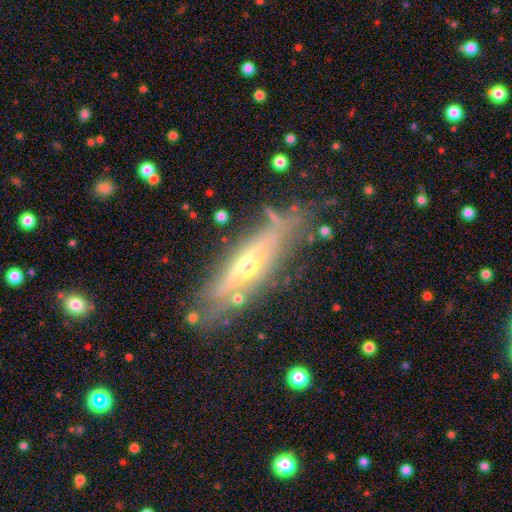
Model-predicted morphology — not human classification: This is likely a featured or disk galaxy (75%). It is clearly viewed edge-on (83%). Edge-on bulge: clearly rounded (82%). Merging: likely none (70%).